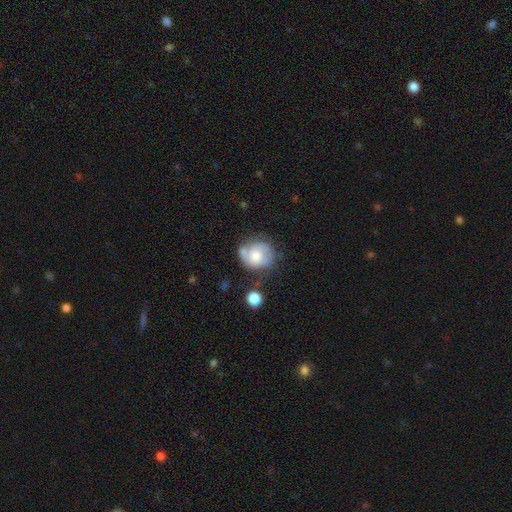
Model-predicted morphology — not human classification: This is possibly a featured or disk galaxy (48%). Merging: possibly none (49%).